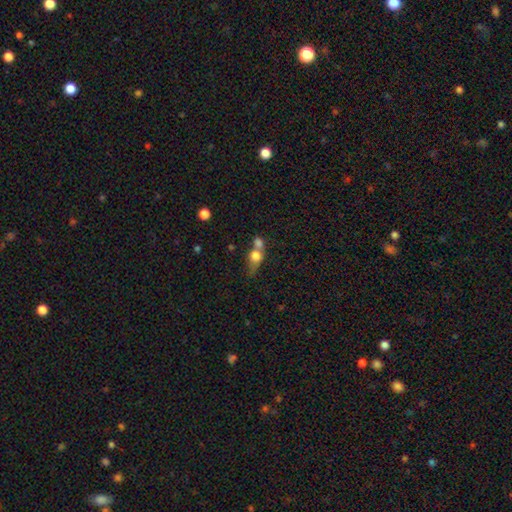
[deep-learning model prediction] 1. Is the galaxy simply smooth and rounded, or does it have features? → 71% smooth, 19% featured or disk, 10% star or artifact.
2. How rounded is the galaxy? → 57% round, 37% in between, 6% cigar-shaped.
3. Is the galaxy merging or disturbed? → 62% merger, 21% none, 9% minor disturbance, 8% major disturbance.